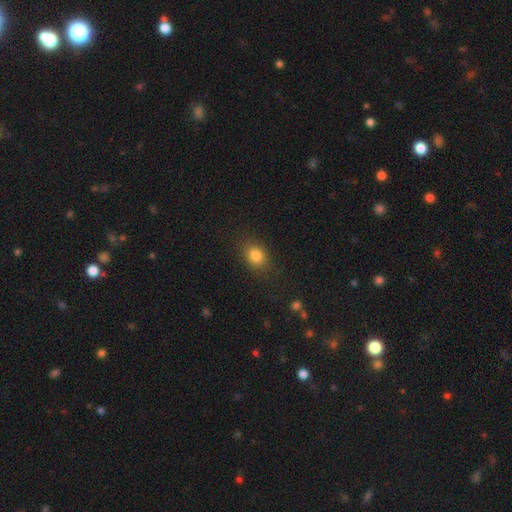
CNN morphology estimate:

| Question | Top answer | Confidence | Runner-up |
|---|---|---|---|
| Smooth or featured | smooth | 82% | star or artifact (11%) |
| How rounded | in between | 56% | round (43%) |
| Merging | none | 82% | minor disturbance (12%) |